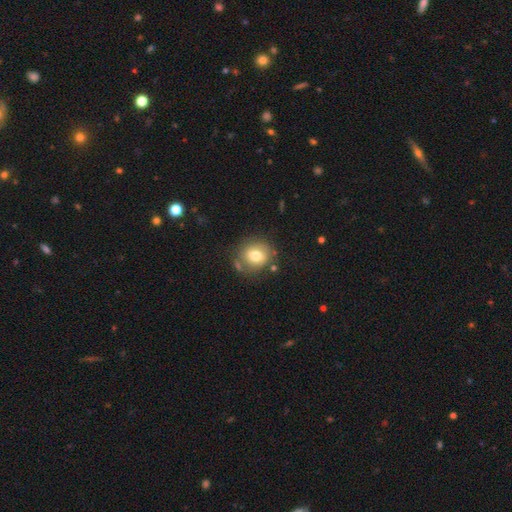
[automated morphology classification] This appears to be a smooth galaxy with no disk features (74%) that is round (81%). Merging: none (71%).